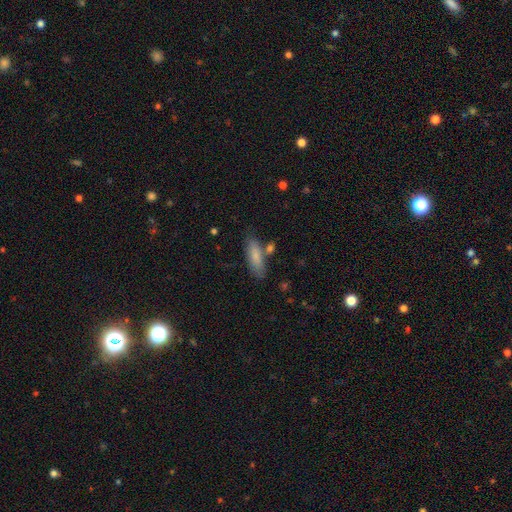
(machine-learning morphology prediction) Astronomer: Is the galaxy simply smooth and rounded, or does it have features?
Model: smooth — 81%.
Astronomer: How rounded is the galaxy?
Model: in between — 56% (runner-up: cigar-shaped, 42%).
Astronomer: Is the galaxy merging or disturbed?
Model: none — 72%.